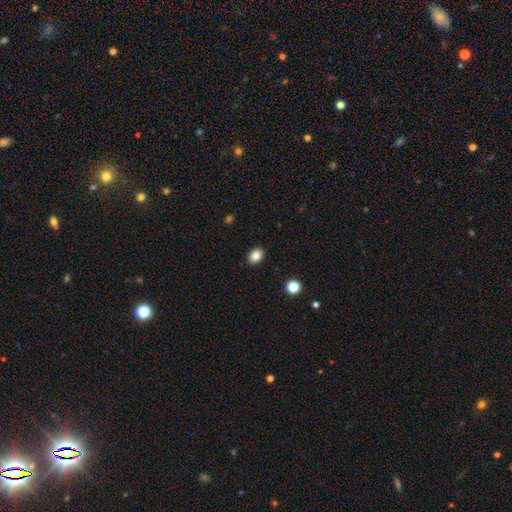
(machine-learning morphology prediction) smooth 86%, star or artifact 10%, featured or disk 5%. Down the decision tree: how rounded — in between (65%); merging — none (90%).